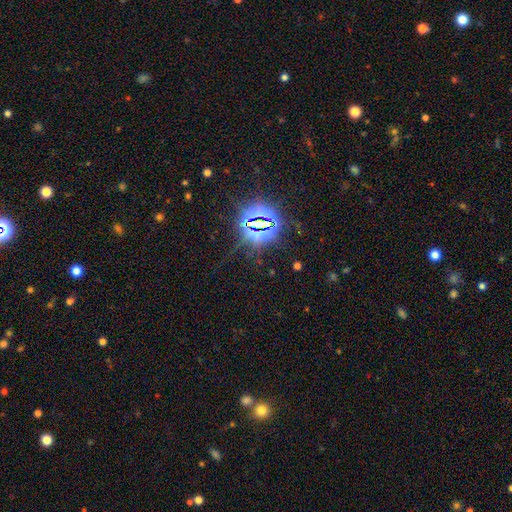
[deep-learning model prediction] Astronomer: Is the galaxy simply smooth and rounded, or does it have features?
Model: star or artifact — 83%.